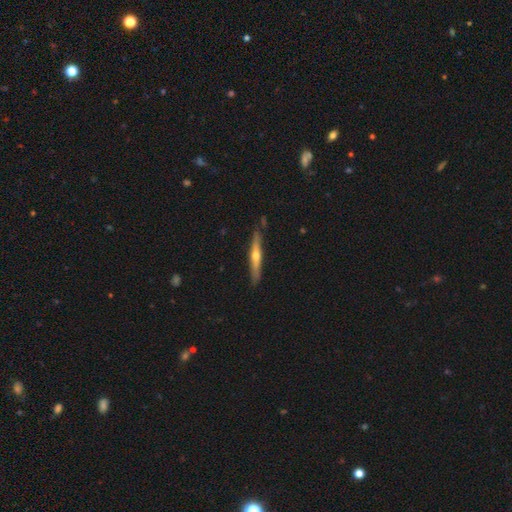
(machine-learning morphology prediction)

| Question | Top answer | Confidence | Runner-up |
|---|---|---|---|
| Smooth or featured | featured or disk | 65% | smooth (30%) |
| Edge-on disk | yes | 96% | no (4%) |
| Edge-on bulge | rounded | 89% | none (8%) |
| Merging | none | 87% | minor disturbance (9%) |